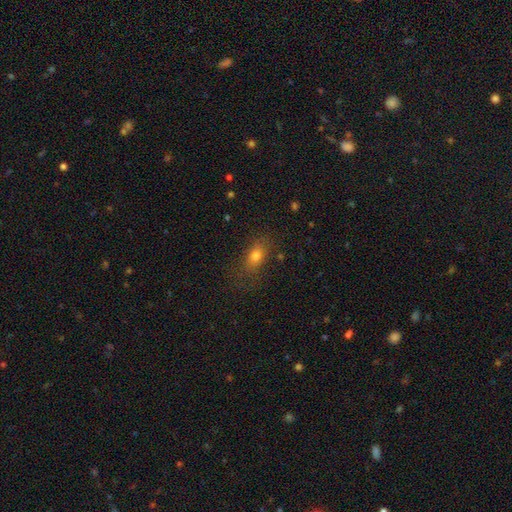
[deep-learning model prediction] Q: Smooth or featured?
A: smooth (75%); runner-up: star or artifact (14%)
Q: How rounded?
A: in between (73%); runner-up: round (18%)
Q: Merging?
A: none (74%); runner-up: minor disturbance (16%)